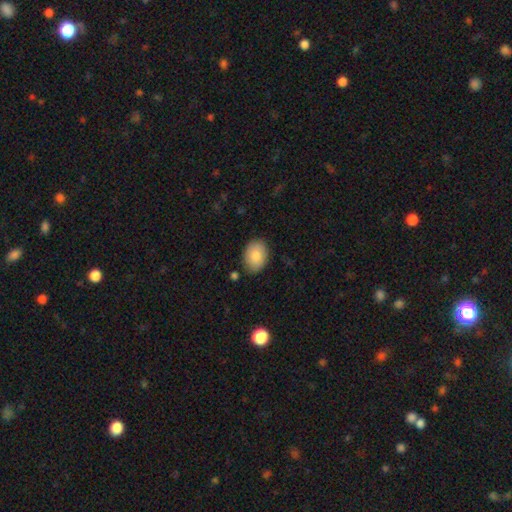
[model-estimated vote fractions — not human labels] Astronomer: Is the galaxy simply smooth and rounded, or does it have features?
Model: smooth — 86%.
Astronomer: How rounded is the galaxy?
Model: in between — 81%.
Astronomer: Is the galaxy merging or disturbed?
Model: none — 84%.